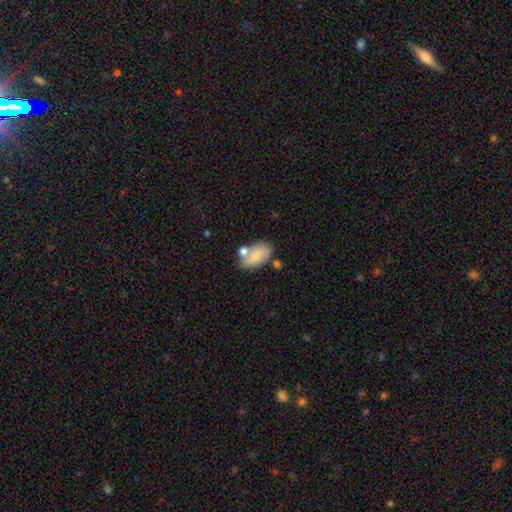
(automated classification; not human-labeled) Smooth or featured? smooth (68%)
How rounded? in between (89%)
Merging? none (53%)